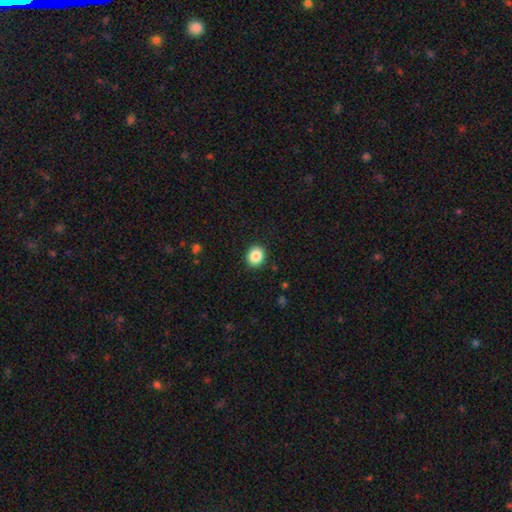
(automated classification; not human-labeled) smooth-or-featured: smooth: 87% | star or artifact: 9% | featured or disk: 4%
  how-rounded: round: 60% | in between: 39% | cigar-shaped: 1%
  merging: none: 91% | minor disturbance: 6% | major disturbance: 2% | merger: 1%